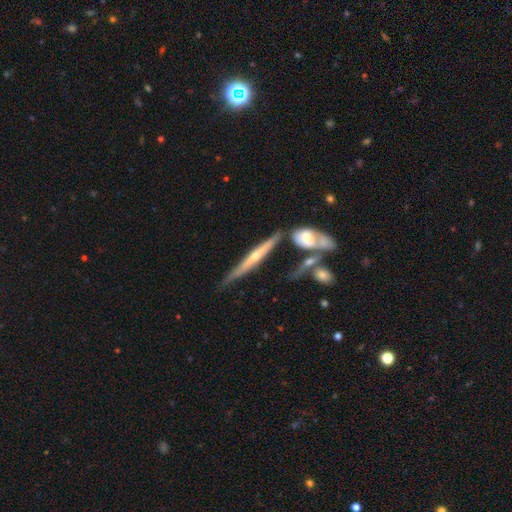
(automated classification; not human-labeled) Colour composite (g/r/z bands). It shows a featured or disk galaxy (69%) viewed edge-on (94%) with a rounded central bulge (72%). Merging: none (65%).